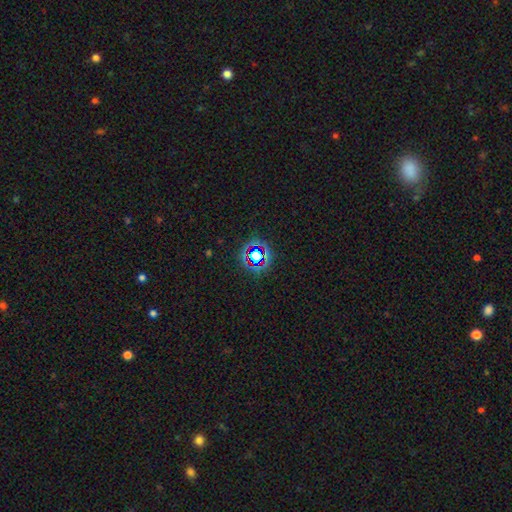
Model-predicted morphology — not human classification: star or artifact 69%, smooth 20%, featured or disk 11%.